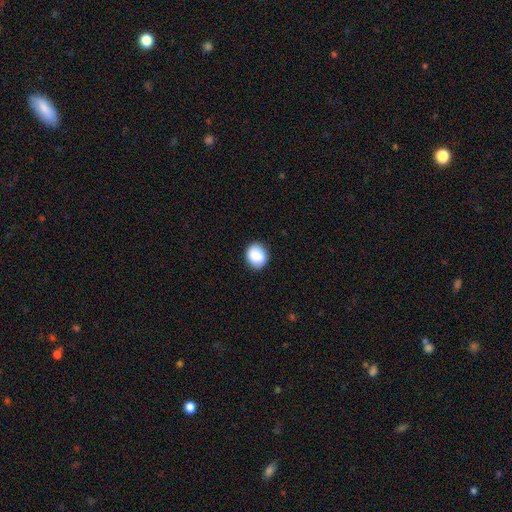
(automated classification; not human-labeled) Morphology: type=smooth (87%); roundness=round (59%); merging=none (87%).